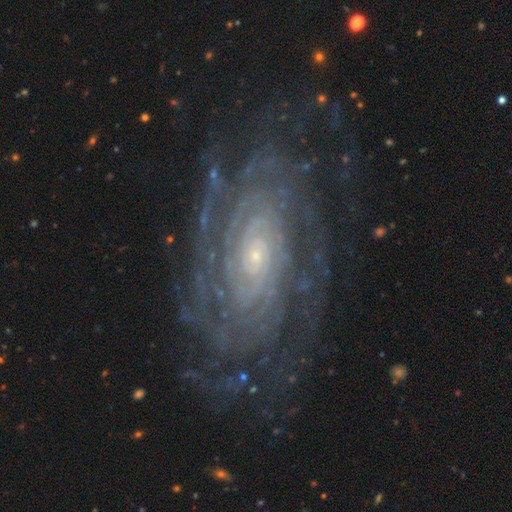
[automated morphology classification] A featured or disk galaxy (89%) with no bar (61%), tight (79%) spiral arms (97%) and a small central bulge (76%). Merging: none (78%).